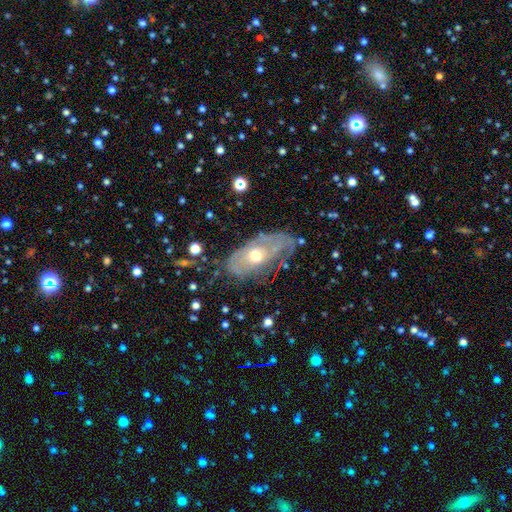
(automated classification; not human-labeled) smooth-or-featured: featured or disk: 64% | smooth: 28% | star or artifact: 7%
  disk-edge-on: no: 89% | yes: 11%
    bar: no: 81% | weak: 15% | strong: 3%
    has-spiral-arms: yes: 54% | no: 46%
    bulge-size: moderate: 71% | small: 19% | large: 7% | none: 1% | dominant: 1%
  merging: none: 41% | minor disturbance: 29% | major disturbance: 26% | merger: 4%